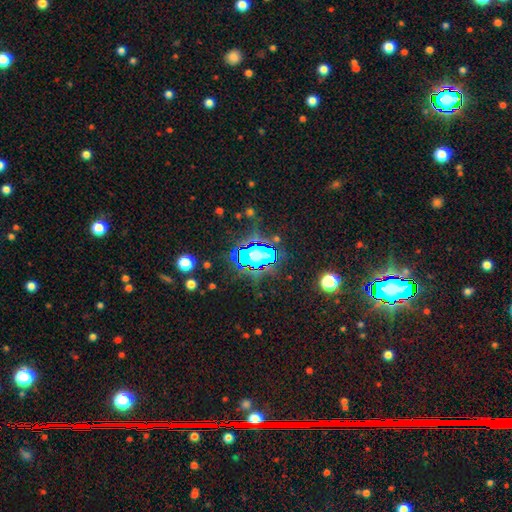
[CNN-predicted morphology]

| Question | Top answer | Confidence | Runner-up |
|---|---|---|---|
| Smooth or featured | star or artifact | 63% | smooth (25%) |